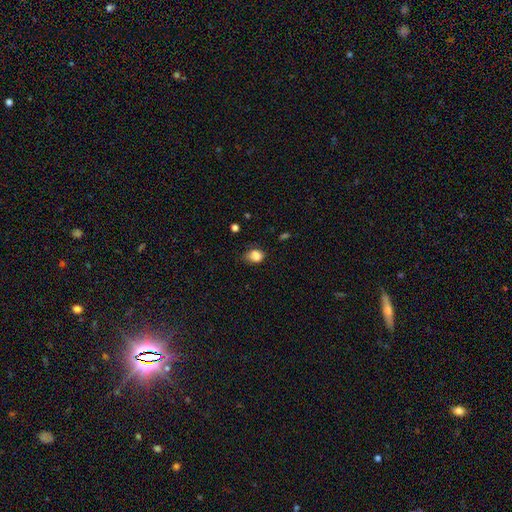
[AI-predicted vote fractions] This is clearly a smooth galaxy (82%). How rounded: likely in between (61%). Merging: marginally none (44%).